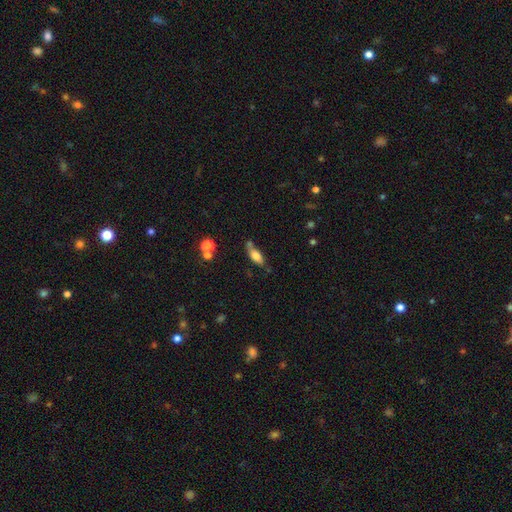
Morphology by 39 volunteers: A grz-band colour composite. It shows a smooth galaxy with no disk features (72%) that is in between round and cigar-shaped (79%). Merging: none (39%, tied with minor disturbance).